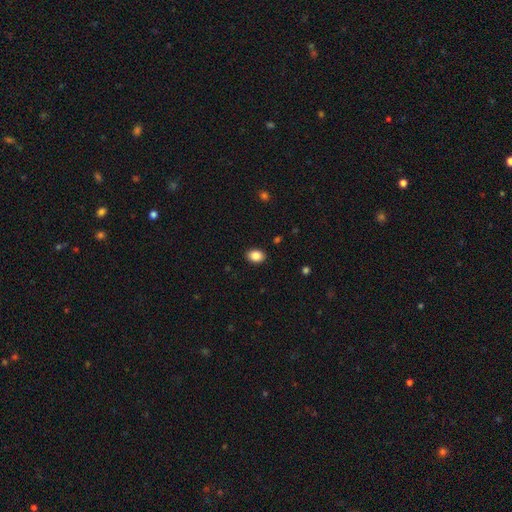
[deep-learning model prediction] Overall: smooth (87%). How rounded: in between (74%). Merging: none (89%).